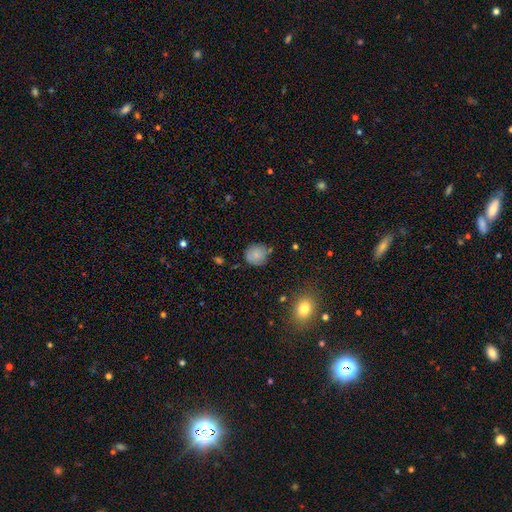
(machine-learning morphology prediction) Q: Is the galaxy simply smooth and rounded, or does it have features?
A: smooth — 80%.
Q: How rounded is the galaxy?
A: round — 83%.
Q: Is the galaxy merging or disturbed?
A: none — 73%.